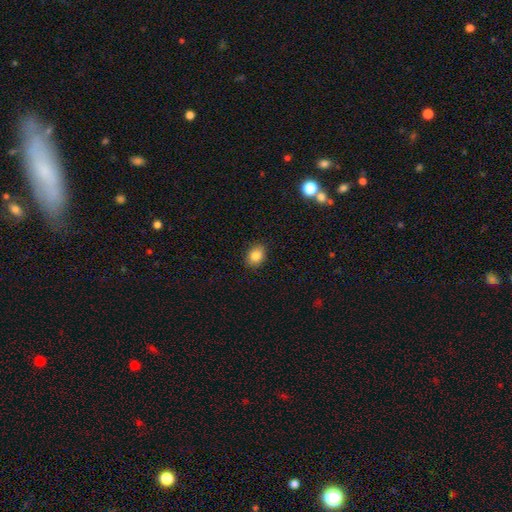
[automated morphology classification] Smooth or featured? smooth (84%)
How rounded? in between (66%)
Merging? none (88%)